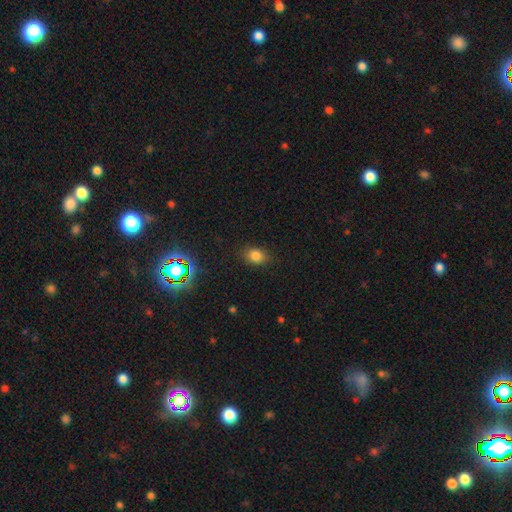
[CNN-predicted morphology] Q: Smooth or featured?
A: smooth (79%); runner-up: star or artifact (15%)
Q: How rounded?
A: in between (60%); runner-up: round (38%)
Q: Merging?
A: none (85%); runner-up: minor disturbance (11%)